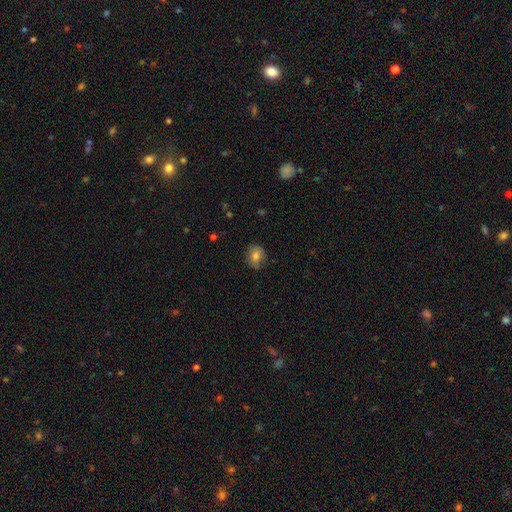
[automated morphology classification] smooth 79%, featured or disk 12%, star or artifact 9%. Down the decision tree: how rounded — round (68%); merging — none (77%).